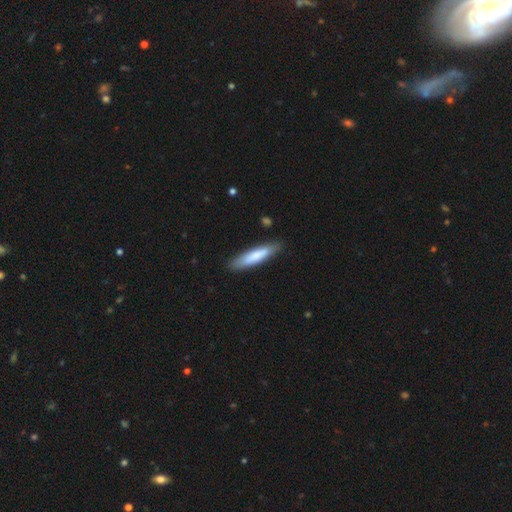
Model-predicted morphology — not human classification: This appears to be a smooth galaxy with no disk features (76%) that is cigar-shaped (80%). Merging: none (85%).